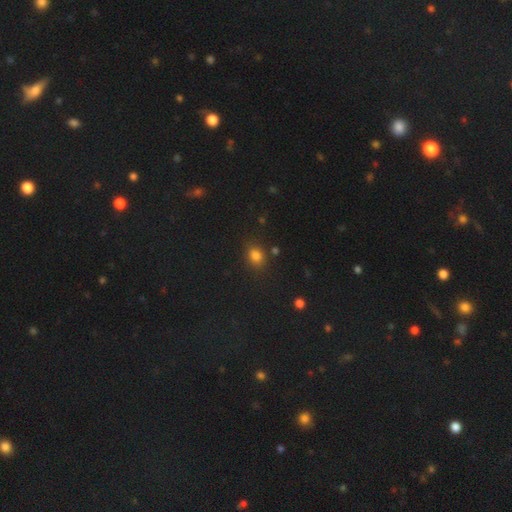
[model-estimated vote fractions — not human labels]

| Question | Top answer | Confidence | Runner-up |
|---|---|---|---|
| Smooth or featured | smooth | 79% | star or artifact (15%) |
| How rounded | in between | 55% | round (44%) |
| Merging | none | 79% | minor disturbance (13%) |